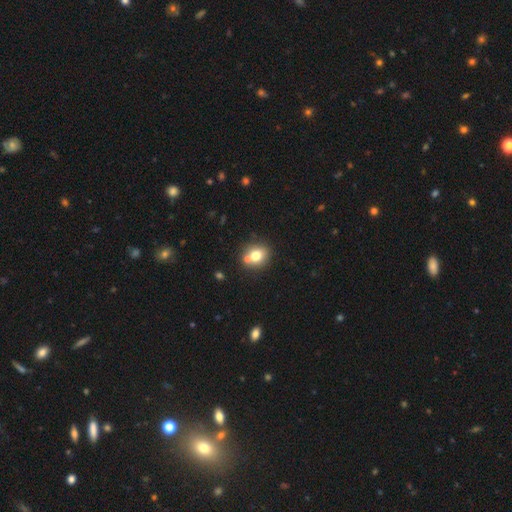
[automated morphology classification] The model was most divided on "merging": none: 67%, merger: 20%, minor disturbance: 10%, major disturbance: 3%. More confident: smooth or featured — smooth (74%); how rounded — round (73%).